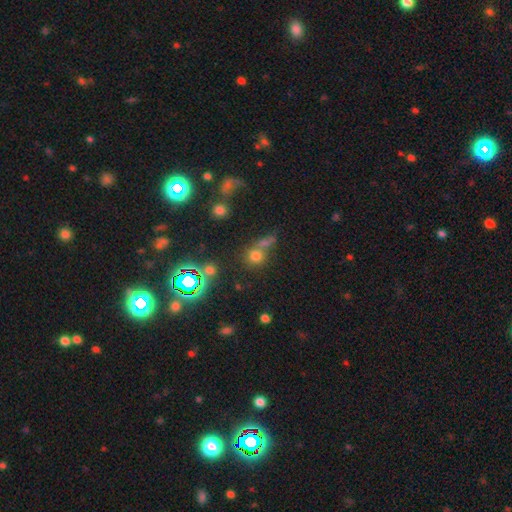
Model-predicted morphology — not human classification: Smooth or featured: smooth — 62% (star or artifact — 28%)
How rounded: round — 84% (in between — 14%)
Merging: none — 52% (merger — 34%)